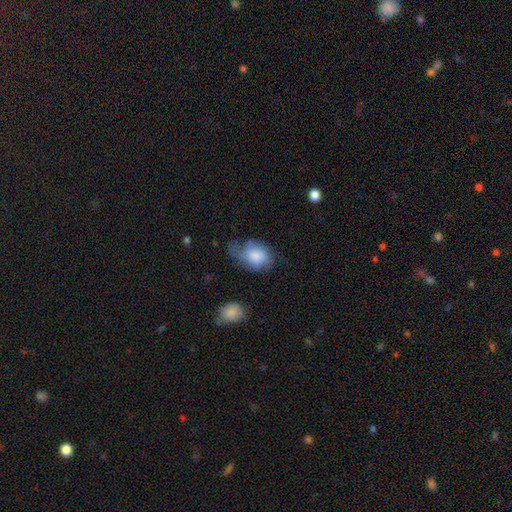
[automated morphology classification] A smooth galaxy with no disk features (65%) that is in between round and cigar-shaped (72%). Merging: major disturbance (34%).